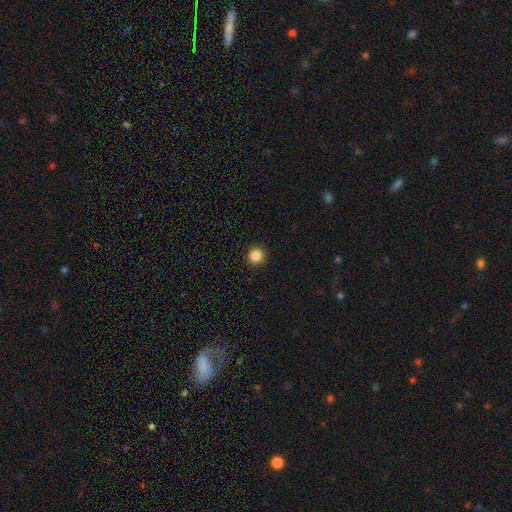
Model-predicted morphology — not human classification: This appears to be a smooth galaxy with no disk features (85%) that is round (95%). Merging: none (93%).